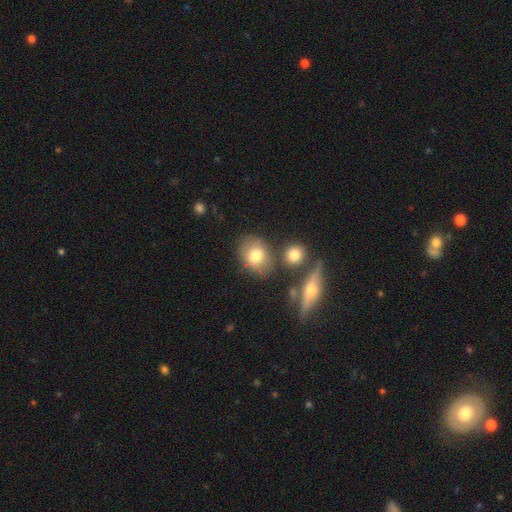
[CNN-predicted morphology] smooth 75%, featured or disk 15%, star or artifact 10%. Down the decision tree: how rounded — in between (51%); merging — none (69%).